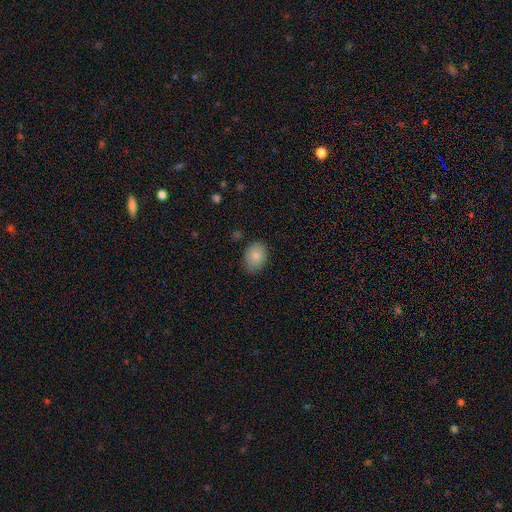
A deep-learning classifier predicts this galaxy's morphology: Smooth or featured?
  - smooth: 82% *
  - featured or disk: 10%
  - star or artifact: 8%
How rounded?
  - in between: 71% *
  - round: 28%
  - cigar-shaped: 1%
Merging?
  - none: 81% *
  - minor disturbance: 15%
  - major disturbance: 3%
  - merger: 2%